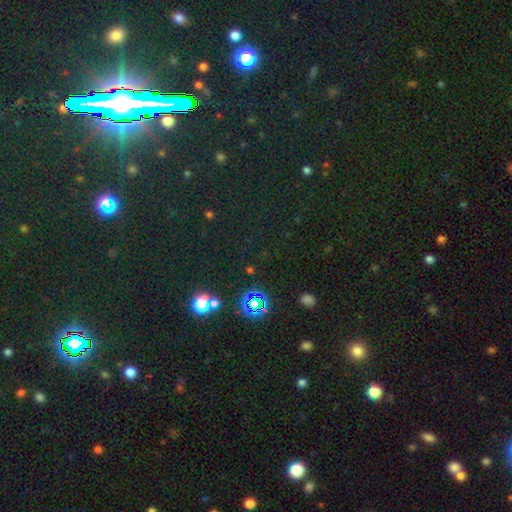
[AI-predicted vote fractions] Smooth or featured: star or artifact — 73% (smooth — 19%)